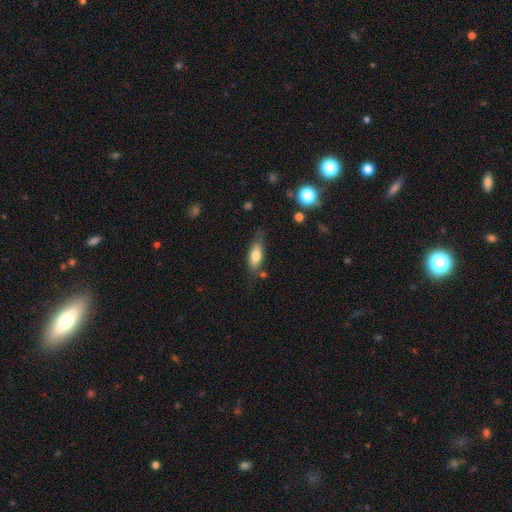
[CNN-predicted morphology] Smooth or featured? smooth (71%)
How rounded? in between (71%)
Merging? none (67%)